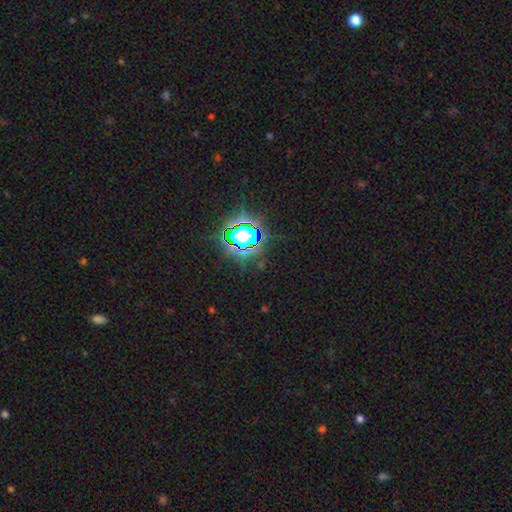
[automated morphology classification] smooth_or_featured: star or artifact (p=0.79) [alt: smooth p=0.13]